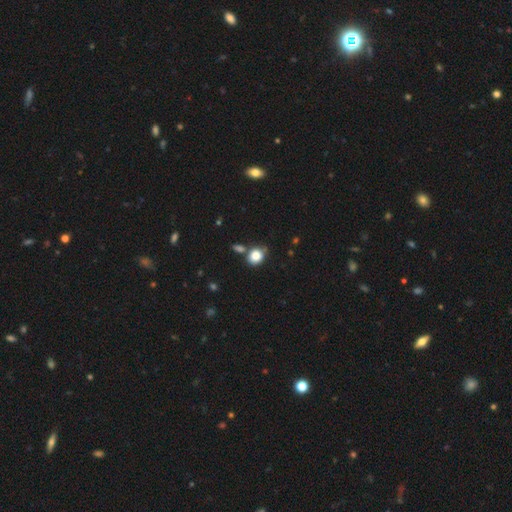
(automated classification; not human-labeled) Smooth or featured? Predicted: smooth (p=0.84). How rounded? Predicted: round (p=0.68). Merging? Predicted: none (p=0.65).